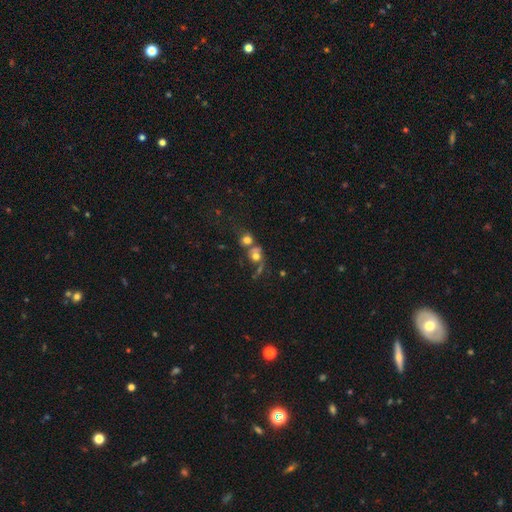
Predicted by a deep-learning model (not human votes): Smooth or featured?
  - smooth: 51% *
  - featured or disk: 32%
  - star or artifact: 17%
How rounded?
  - round: 70% *
  - in between: 28%
  - cigar-shaped: 2%
Merging?
  - merger: 52% *
  - none: 25%
  - major disturbance: 12%
  - minor disturbance: 10%